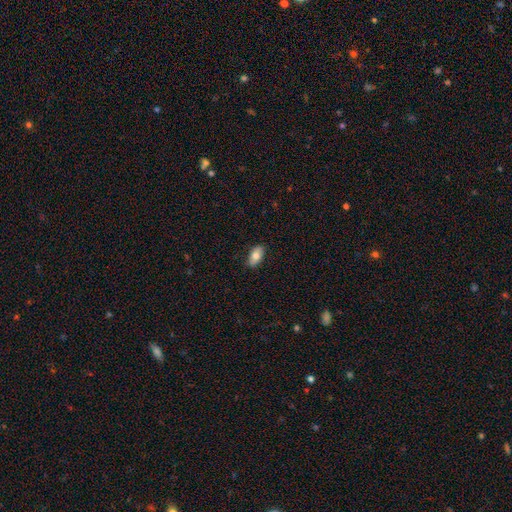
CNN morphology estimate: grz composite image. It shows a smooth galaxy with no disk features (76%) that is in between round and cigar-shaped (91%). Merging: none (86%).